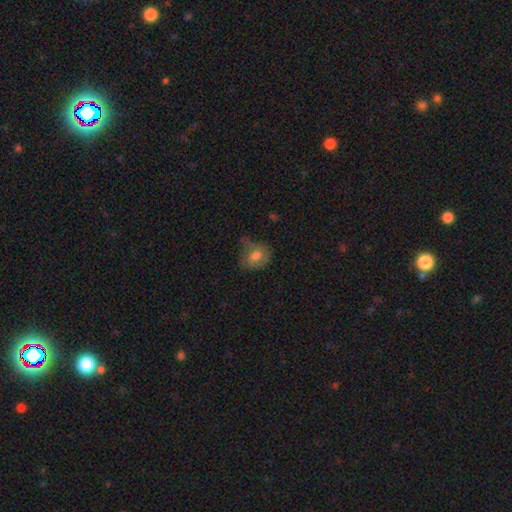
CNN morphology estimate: A smooth galaxy with no disk features (66%) that is in between round and cigar-shaped (53%). Merging: none (45%).